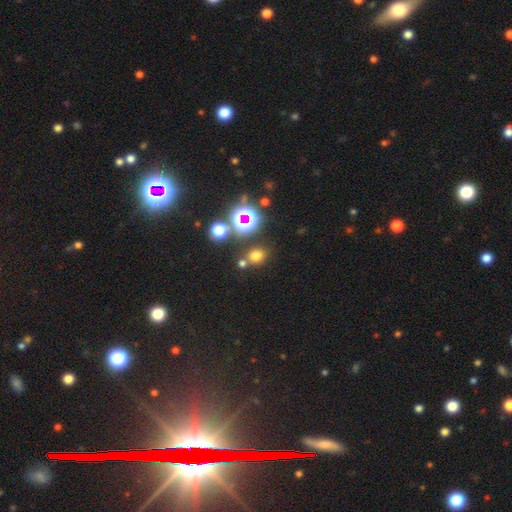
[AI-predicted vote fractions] The model was most divided on "how rounded": round: 64%, in between: 35%, cigar-shaped: 1%. More confident: merging — none (74%); smooth or featured — smooth (67%).